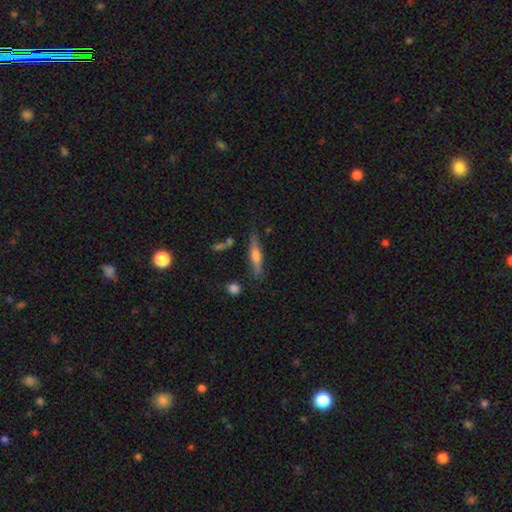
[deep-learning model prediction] smooth_or_featured: featured or disk (p=0.51) [alt: smooth p=0.42]
disk_edge_on: yes (p=0.94) [alt: no p=0.06]
merging: none (p=0.78) [alt: minor disturbance p=0.14]